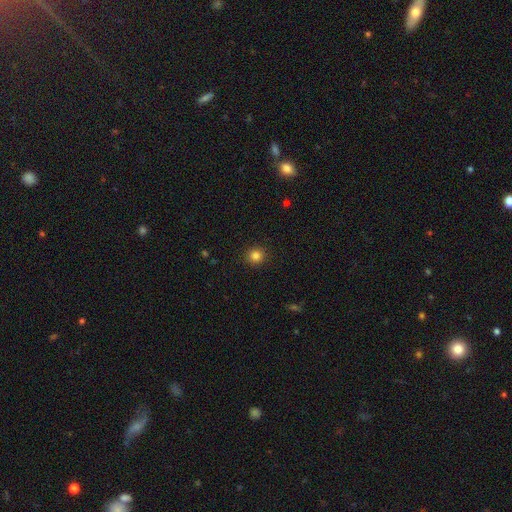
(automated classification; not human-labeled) smooth-or-featured: smooth: 83% | star or artifact: 12% | featured or disk: 4%
  how-rounded: round: 91% | in between: 8% | cigar-shaped: 1%
  merging: none: 92% | minor disturbance: 5% | major disturbance: 2% | merger: 1%